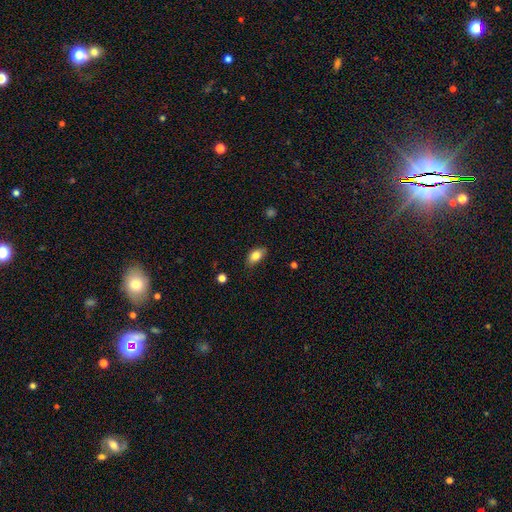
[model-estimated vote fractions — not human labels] Morphology: type=smooth (83%); roundness=in between (88%); merging=none (75%).